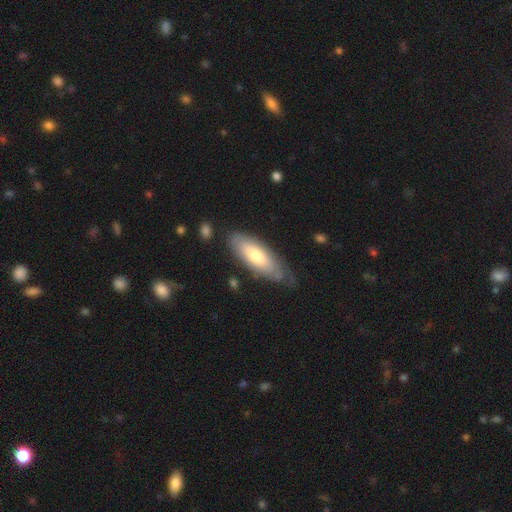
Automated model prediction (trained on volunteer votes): A smooth galaxy with no disk features (57%) that is in between round and cigar-shaped (70%).

Vote fractions:
- Smooth or featured? smooth: 57% / featured or disk: 37% / star or artifact: 5%
- How rounded? in between: 70% / cigar-shaped: 29% / round: 2%
- Merging? none: 68% / minor disturbance: 23% / major disturbance: 7% / merger: 2%